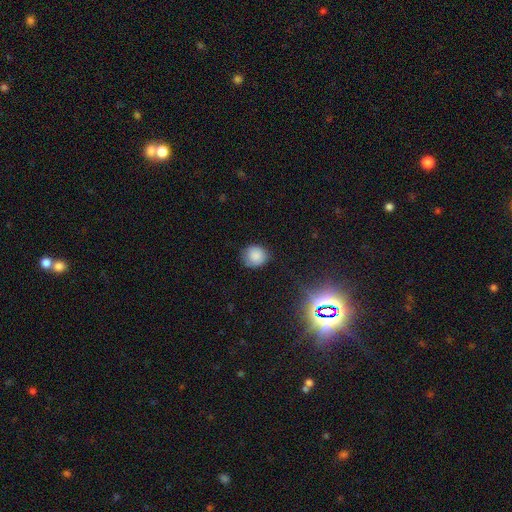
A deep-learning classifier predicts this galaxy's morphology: Smooth or featured? smooth (84%)
How rounded? round (85%)
Merging? none (78%)